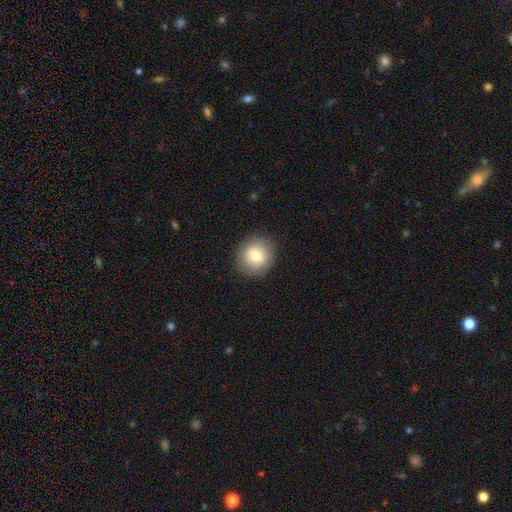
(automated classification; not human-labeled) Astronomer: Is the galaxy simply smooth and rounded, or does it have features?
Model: smooth — 78%.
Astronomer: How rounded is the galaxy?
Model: round — 83%.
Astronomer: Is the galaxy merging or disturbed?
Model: none — 87%.